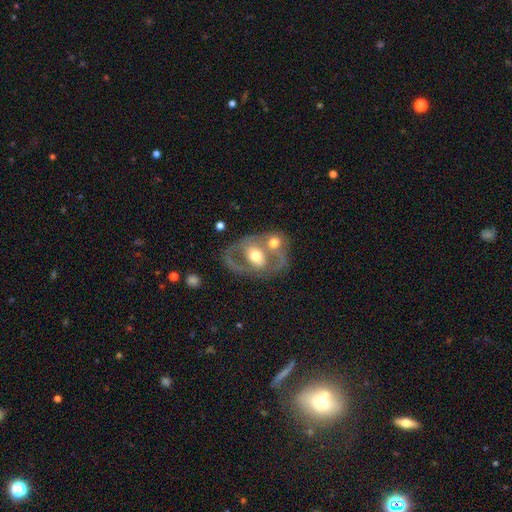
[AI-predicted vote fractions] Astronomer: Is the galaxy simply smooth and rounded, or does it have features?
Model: featured or disk — 62%.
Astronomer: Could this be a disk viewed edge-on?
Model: no — 95%.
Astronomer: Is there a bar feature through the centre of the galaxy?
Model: no — 64%.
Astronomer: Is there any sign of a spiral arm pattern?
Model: no — 62% (runner-up: yes, 38%).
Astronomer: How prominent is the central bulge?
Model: moderate — 69%.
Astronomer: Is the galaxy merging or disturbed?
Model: merger — 40% (runner-up: none, 35%).